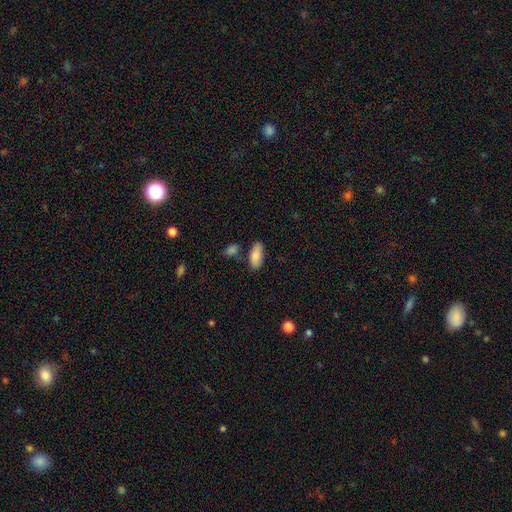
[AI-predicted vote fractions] A smooth galaxy with no disk features (87%) that is in between round and cigar-shaped (88%). Merging: none (77%).